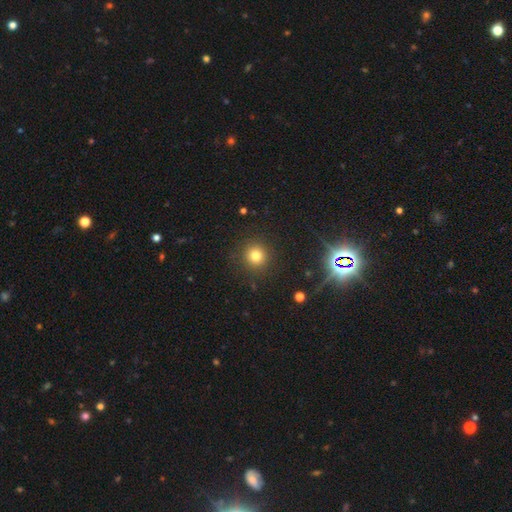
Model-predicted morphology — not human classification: A smooth galaxy with no disk features (79%) that is round (93%). Merging: none (90%).